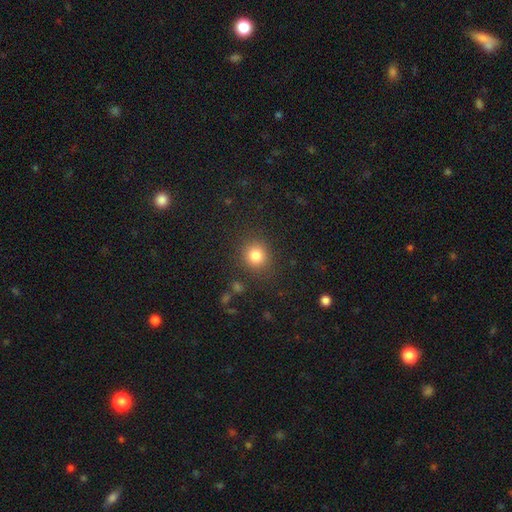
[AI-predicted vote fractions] Overall: smooth (82%). How rounded: round (87%). Merging: none (86%).